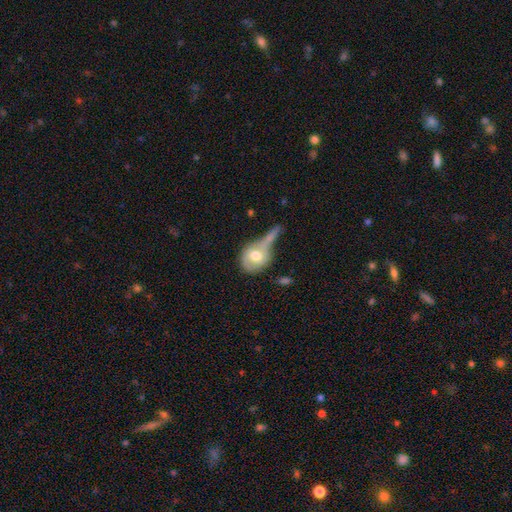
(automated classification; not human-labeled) A smooth galaxy with no disk features (64%) that is round (68%).

Vote fractions:
- Smooth or featured? smooth: 64% / featured or disk: 30% / star or artifact: 6%
- How rounded? round: 68% / in between: 30% / cigar-shaped: 2%
- Merging? merger: 39% / none: 25% / major disturbance: 21% / minor disturbance: 16%